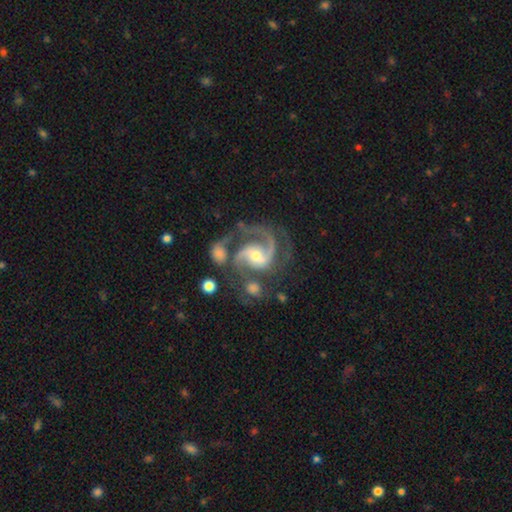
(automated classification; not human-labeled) The model was most divided on "bar": weak: 43%, no: 38%, strong: 19%. Remaining: spiral arms — yes (98%); edge-on disk — no (98%); smooth or featured — featured or disk (92%); spiral arm count — 2 (64%); spiral winding — medium (58%); bulge size — moderate (54%); merging — none (48%).